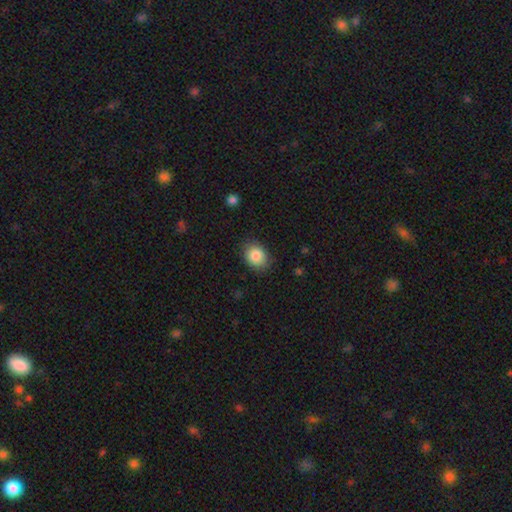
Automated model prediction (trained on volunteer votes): Smooth or featured? Predicted: smooth (p=0.86). How rounded? Predicted: in between (p=0.51). Merging? Predicted: none (p=0.84).